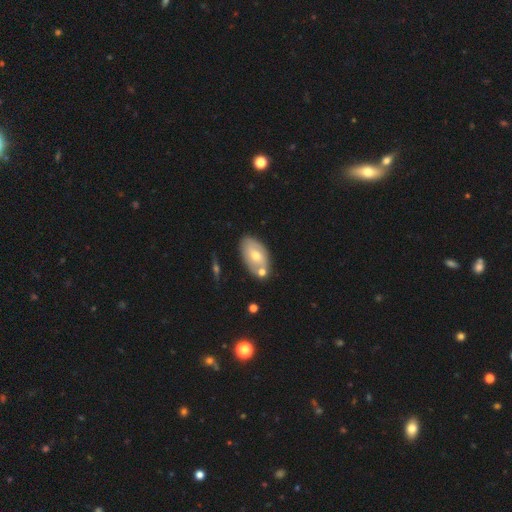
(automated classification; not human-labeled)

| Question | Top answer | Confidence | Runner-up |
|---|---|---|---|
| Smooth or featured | smooth | 51% | featured or disk (42%) |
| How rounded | in between | 91% | round (7%) |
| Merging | none | 64% | merger (17%) |